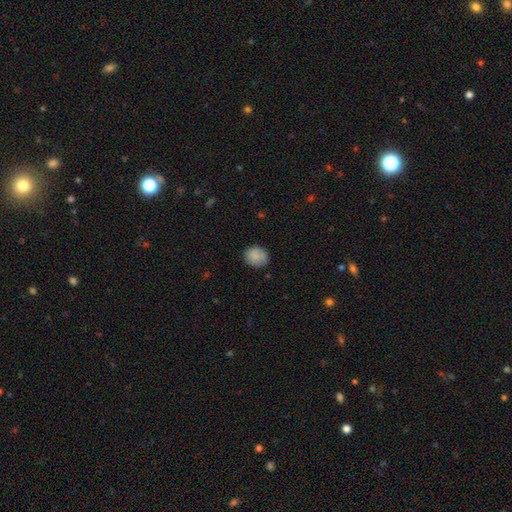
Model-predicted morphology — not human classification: This appears to be a smooth galaxy with no disk features (86%) that is round (64%). Merging: none (81%).